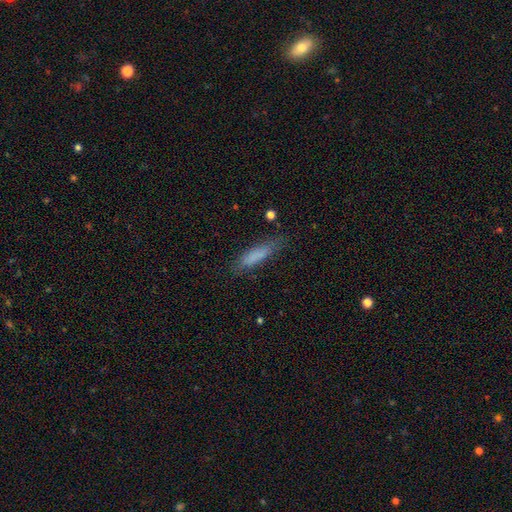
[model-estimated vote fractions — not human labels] Overall: smooth (79%). How rounded: cigar-shaped (74%). Merging: none (73%).